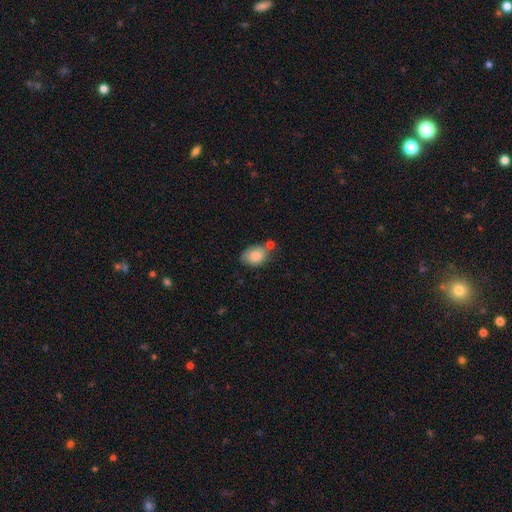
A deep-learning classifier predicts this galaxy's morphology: Smooth or featured?
  - smooth: 83% *
  - featured or disk: 10%
  - star or artifact: 7%
How rounded?
  - in between: 82% *
  - round: 17%
  - cigar-shaped: 1%
Merging?
  - none: 56% *
  - minor disturbance: 24%
  - merger: 14%
  - major disturbance: 6%